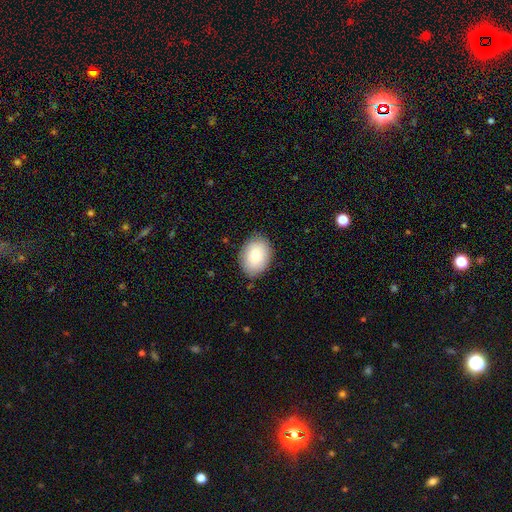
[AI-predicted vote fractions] Morphology: type=smooth (85%); roundness=in between (78%); merging=none (83%).